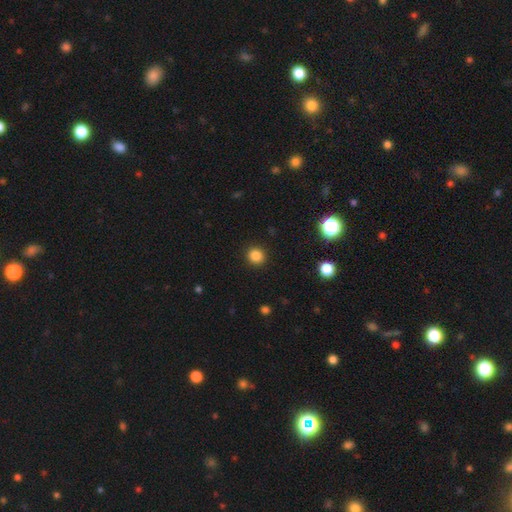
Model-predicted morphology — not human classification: Smooth or featured?
  - smooth: 84% *
  - star or artifact: 12%
  - featured or disk: 4%
How rounded?
  - round: 92% *
  - in between: 7%
  - cigar-shaped: 1%
Merging?
  - none: 92% *
  - minor disturbance: 5%
  - major disturbance: 2%
  - merger: 1%